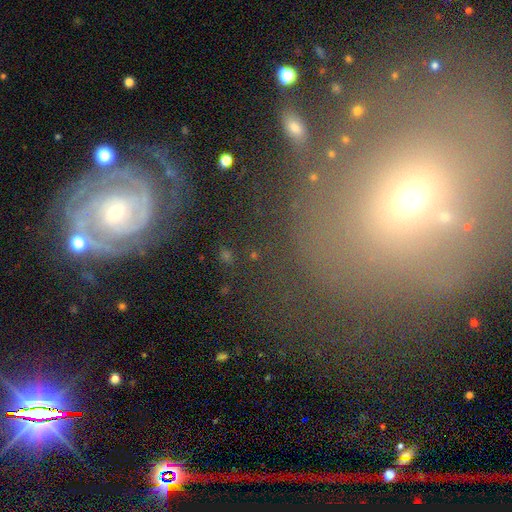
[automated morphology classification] Smooth or featured? Predicted: featured or disk (p=0.61). Edge-on disk? Predicted: no (p=0.94). Bar? Predicted: no (p=0.61). Spiral arms? Predicted: yes (p=0.81). Bulge size? Predicted: small (p=0.54). Merging? Predicted: none (p=0.53).